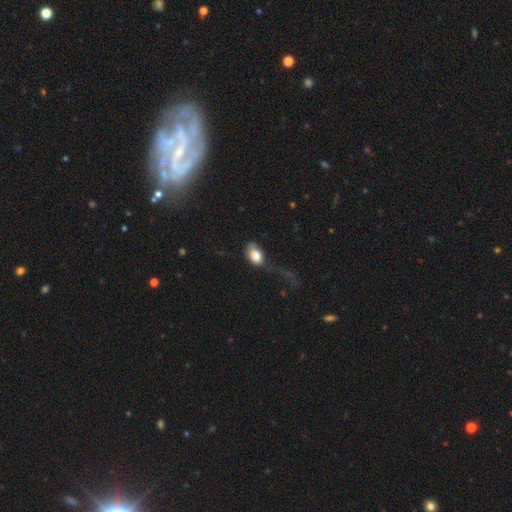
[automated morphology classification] Smooth or featured? smooth (77%)
How rounded? in between (82%)
Merging? major disturbance (46%)